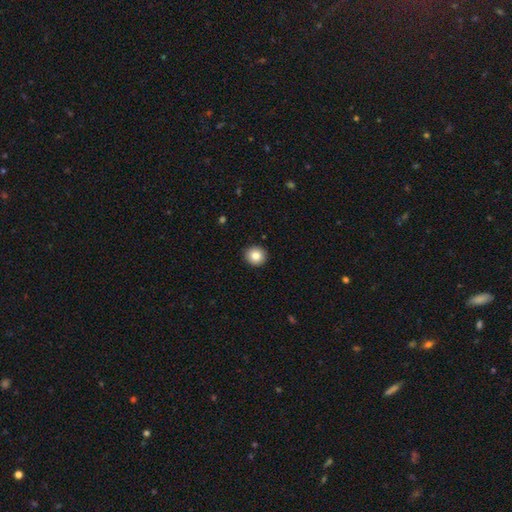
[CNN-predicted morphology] smooth 83%, star or artifact 9%, featured or disk 8%. Down the decision tree: how rounded — round (90%); merging — none (92%).